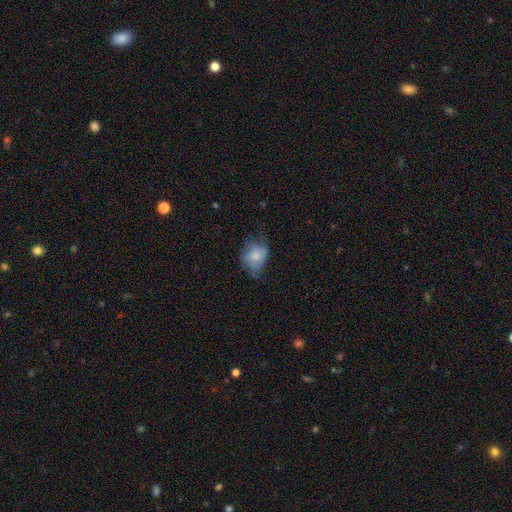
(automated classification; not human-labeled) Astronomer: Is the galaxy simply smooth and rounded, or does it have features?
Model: smooth — 58%.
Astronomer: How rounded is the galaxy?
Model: in between — 61% (runner-up: round, 37%).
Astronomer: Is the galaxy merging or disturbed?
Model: none — 42% (runner-up: minor disturbance, 32%).